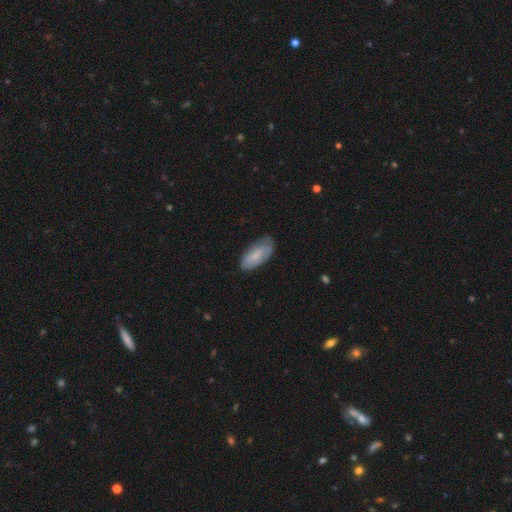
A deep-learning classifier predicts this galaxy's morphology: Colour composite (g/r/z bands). It shows a smooth galaxy with no disk features (73%) that is in between round and cigar-shaped (87%). Merging: none (64%).